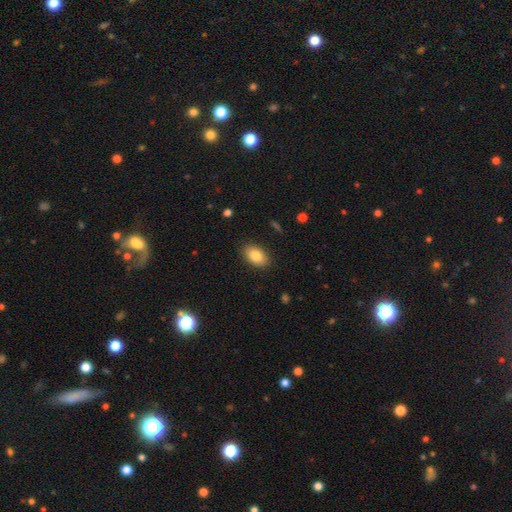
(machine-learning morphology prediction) smooth_or_featured: smooth (p=0.84) [alt: featured or disk p=0.08]
how_rounded: in between (p=0.90) [alt: round p=0.08]
merging: none (p=0.87) [alt: minor disturbance p=0.09]